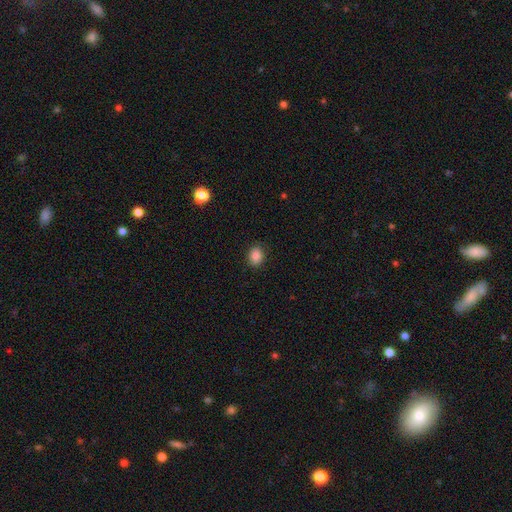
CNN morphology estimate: A smooth galaxy with no disk features (86%) that is in between round and cigar-shaped (50%).

Vote fractions:
- Smooth or featured? smooth: 86% / star or artifact: 10% / featured or disk: 4%
- How rounded? in between: 50% / round: 49% / cigar-shaped: 1%
- Merging? none: 88% / minor disturbance: 9% / major disturbance: 2% / merger: 1%